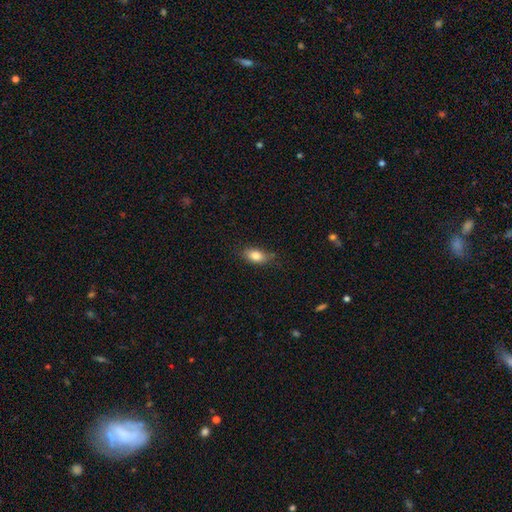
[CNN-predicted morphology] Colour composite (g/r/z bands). It shows a smooth galaxy with no disk features (83%) that is in between round and cigar-shaped (86%). Merging: none (73%).